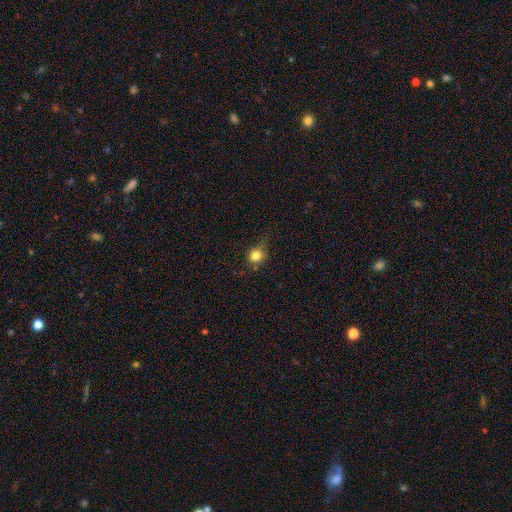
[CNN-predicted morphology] The model was most divided on "merging": none: 68%, minor disturbance: 24%, major disturbance: 7%, merger: 2%. More confident: how rounded — round (82%); smooth or featured — smooth (80%).